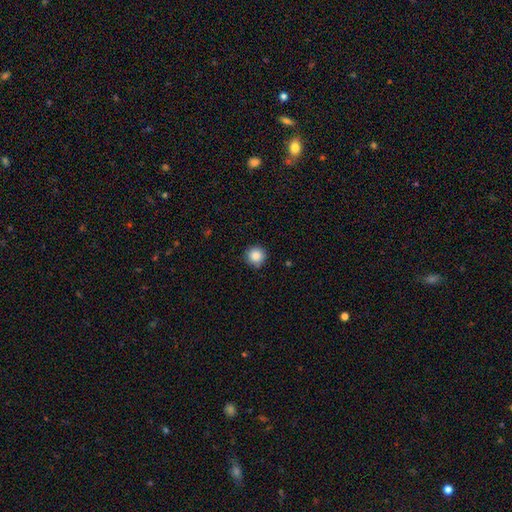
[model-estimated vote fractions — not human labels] Smooth or featured: smooth — 87% (star or artifact — 9%)
How rounded: round — 95% (in between — 4%)
Merging: none — 88% (minor disturbance — 9%)